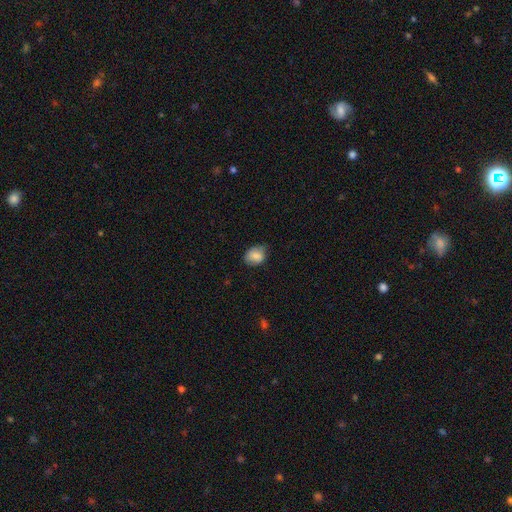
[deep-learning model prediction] Morphology: type=smooth (81%); roundness=in between (58%); merging=none (65%).